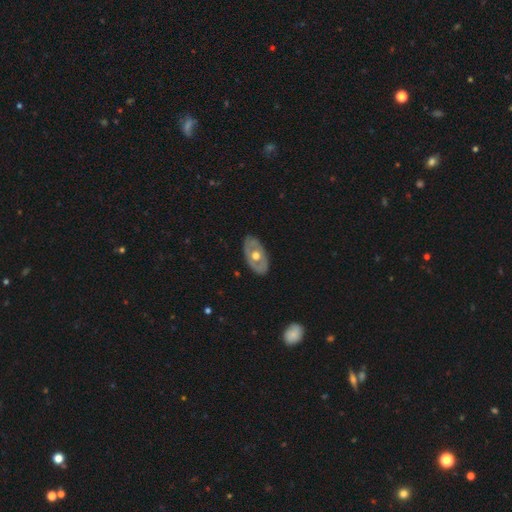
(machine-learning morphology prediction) Smooth or featured: featured or disk — 57% (smooth — 38%)
Edge-on disk: no — 87% (yes — 13%)
Merging: none — 83% (minor disturbance — 13%)